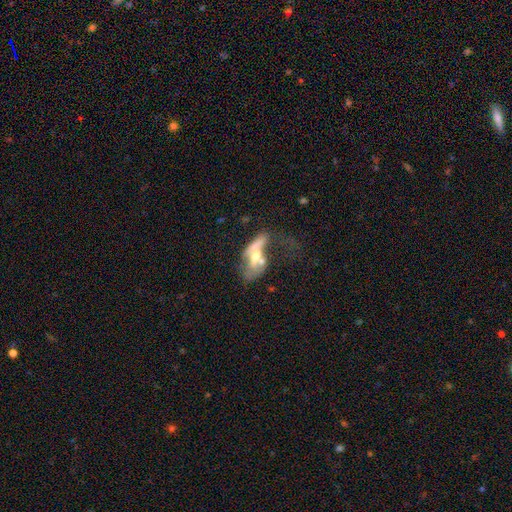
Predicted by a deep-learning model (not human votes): Smooth or featured: featured or disk — 61% (smooth — 30%)
Edge-on disk: no — 80% (yes — 20%)
Merging: merger — 38% (major disturbance — 33%)